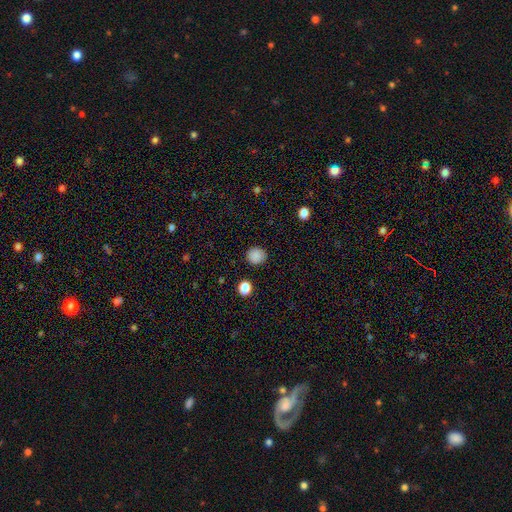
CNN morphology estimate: Overall: smooth (87%). How rounded: round (87%). Merging: none (90%).